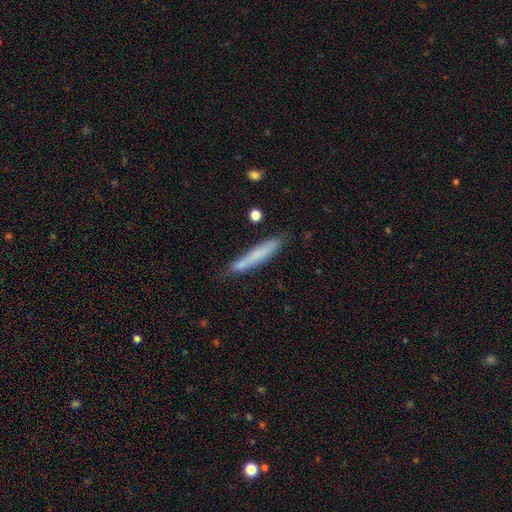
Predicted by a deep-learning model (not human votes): Overall: smooth (68%). How rounded: cigar-shaped (94%). Merging: none (76%).